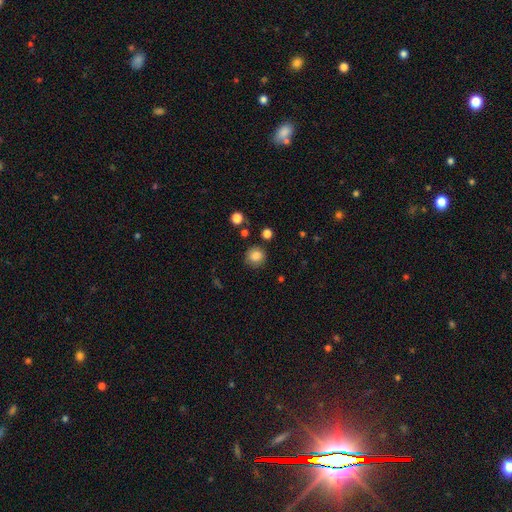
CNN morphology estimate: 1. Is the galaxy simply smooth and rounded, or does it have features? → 83% smooth, 11% star or artifact, 6% featured or disk.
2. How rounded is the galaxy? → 92% round, 7% in between, 1% cigar-shaped.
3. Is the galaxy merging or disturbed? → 86% none, 9% minor disturbance, 3% major disturbance, 3% merger.